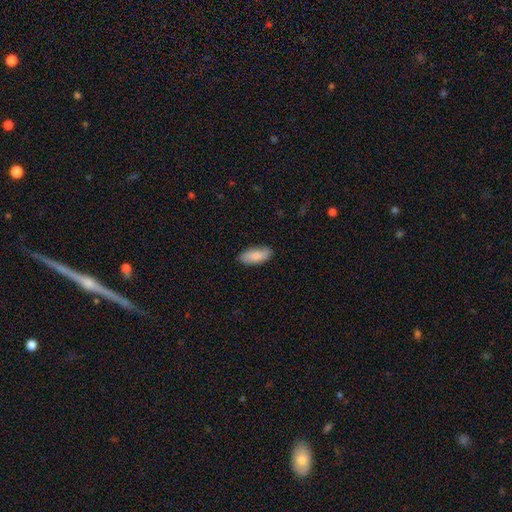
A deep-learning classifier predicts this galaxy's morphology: A smooth galaxy with no disk features (85%) that is in between round and cigar-shaped (85%).

Vote fractions:
- Smooth or featured? smooth: 85% / featured or disk: 9% / star or artifact: 6%
- How rounded? in between: 85% / cigar-shaped: 14% / round: 2%
- Merging? none: 84% / minor disturbance: 13% / major disturbance: 2% / merger: 1%